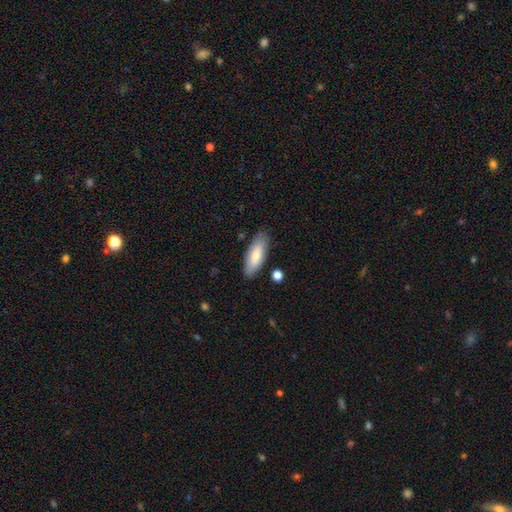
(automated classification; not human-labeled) Smooth or featured? Predicted: smooth (p=0.77). How rounded? Predicted: in between (p=0.71). Merging? Predicted: none (p=0.84).